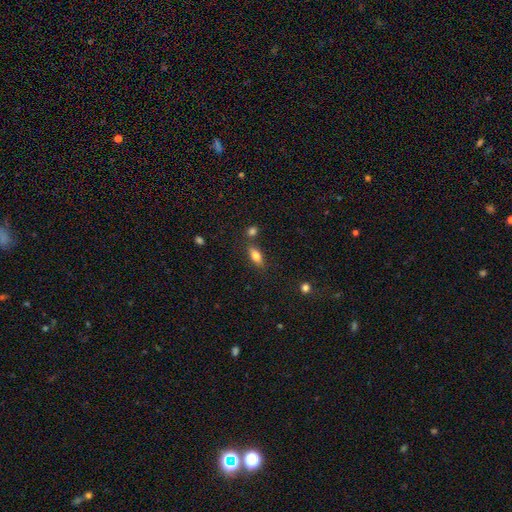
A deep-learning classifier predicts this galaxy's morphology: Overall: smooth (75%). How rounded: in between (78%). Merging: none (75%).